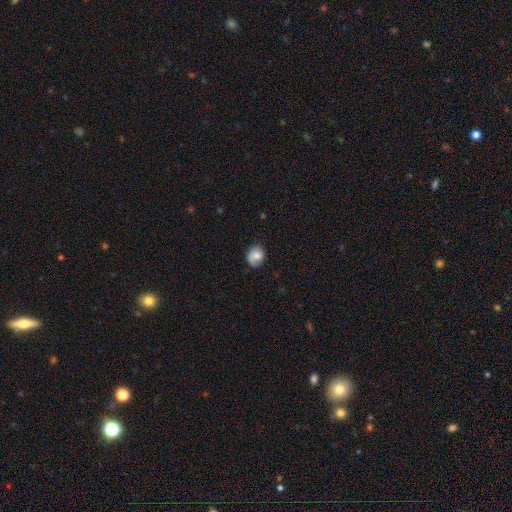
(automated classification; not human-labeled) Smooth or featured?
  - smooth: 69% *
  - featured or disk: 23%
  - star or artifact: 8%
How rounded?
  - round: 61% *
  - in between: 39%
  - cigar-shaped: 1%
Merging?
  - none: 67% *
  - minor disturbance: 24%
  - major disturbance: 7%
  - merger: 2%